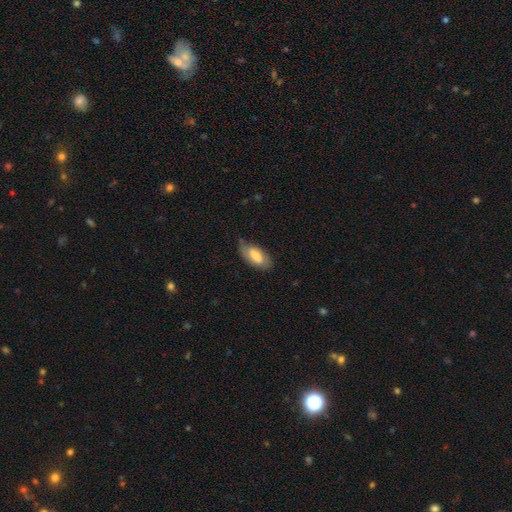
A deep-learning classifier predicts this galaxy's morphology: The model was most divided on "merging": none: 69%, minor disturbance: 24%, major disturbance: 5%, merger: 2%. More confident: how rounded — in between (90%); smooth or featured — smooth (73%).